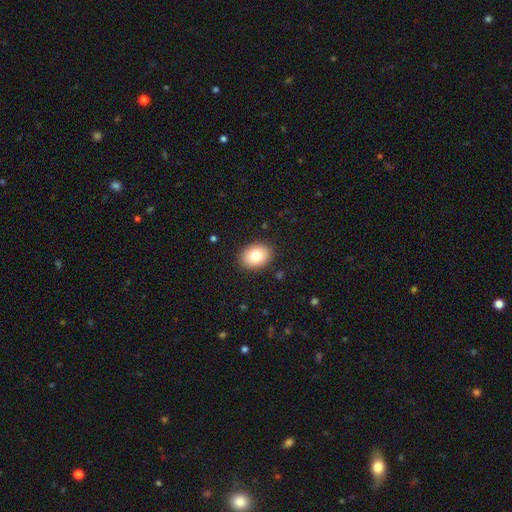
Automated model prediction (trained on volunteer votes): Smooth or featured? smooth (80%)
How rounded? in between (68%)
Merging? none (89%)